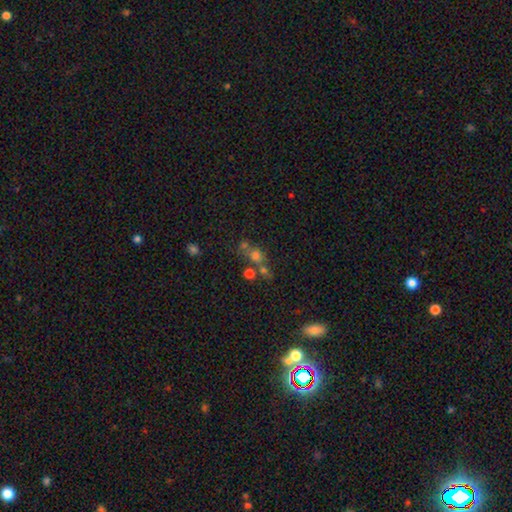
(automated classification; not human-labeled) Q: Smooth or featured?
A: smooth (62%); runner-up: star or artifact (22%)
Q: How rounded?
A: round (77%); runner-up: in between (21%)
Q: Merging?
A: none (43%); runner-up: merger (41%)